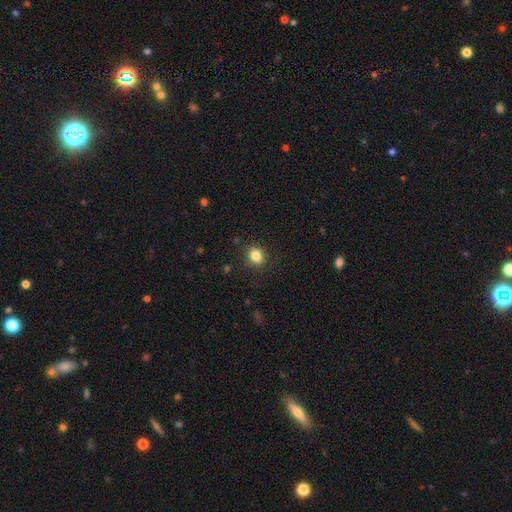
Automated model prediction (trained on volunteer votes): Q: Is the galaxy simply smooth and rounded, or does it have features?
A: smooth — 83%.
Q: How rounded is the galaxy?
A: round — 60%.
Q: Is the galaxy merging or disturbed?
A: none — 87%.